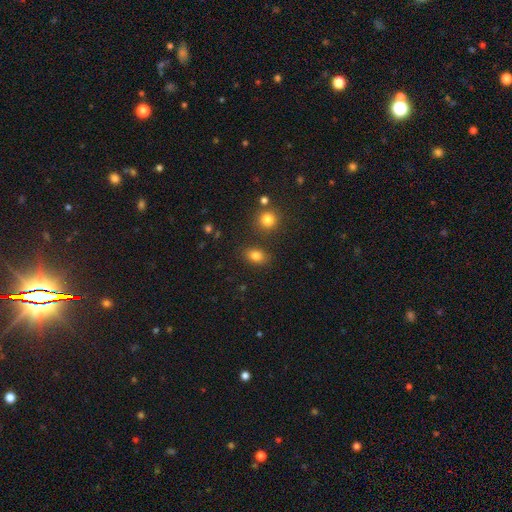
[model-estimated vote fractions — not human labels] This is clearly a smooth galaxy (82%). How rounded: likely in between (68%). Merging: clearly none (82%).